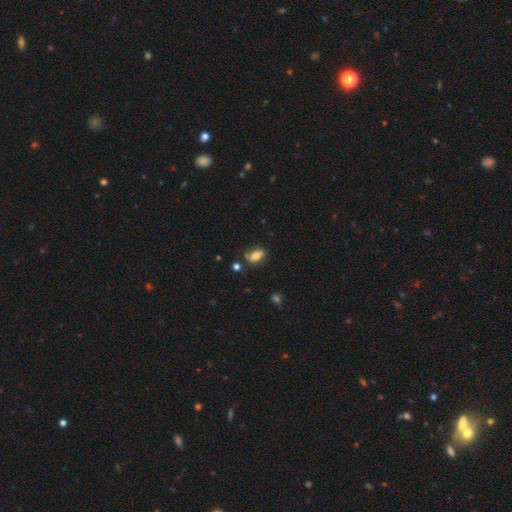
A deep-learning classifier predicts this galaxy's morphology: Smooth or featured? smooth (71%)
How rounded? in between (84%)
Merging? none (63%)